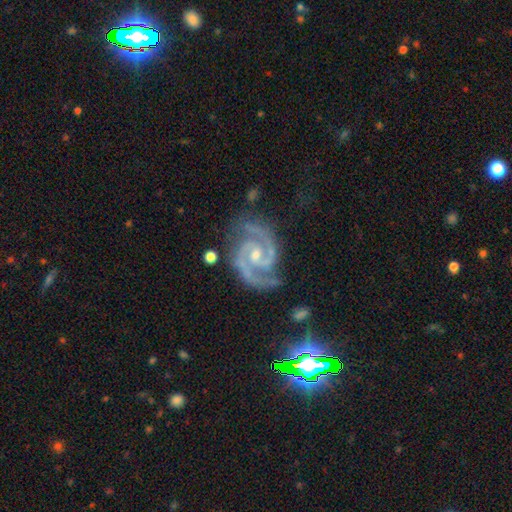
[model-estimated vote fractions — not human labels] smooth_or_featured: featured or disk (p=0.94) [alt: star or artifact p=0.04]
disk_edge_on: no (p=0.98) [alt: yes p=0.02]
bar: no (p=0.53) [alt: weak p=0.36]
has_spiral_arms: yes (p=0.99) [alt: no p=0.01]
spiral_winding: medium (p=0.49) [alt: tight p=0.46]
spiral_arm_count: 2 (p=0.88) [alt: 3 p=0.07]
bulge_size: small (p=0.55) [alt: moderate p=0.41]
merging: none (p=0.75) [alt: minor disturbance p=0.18]